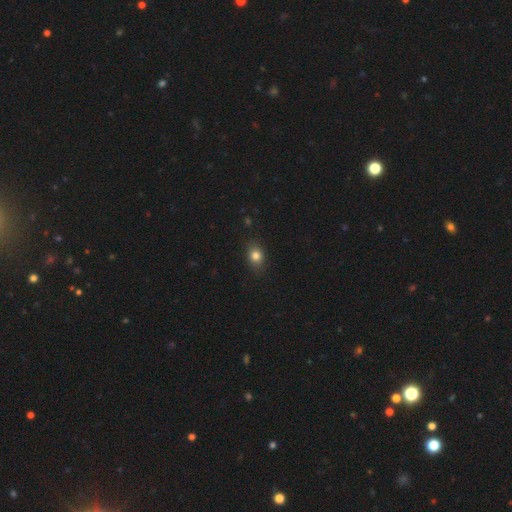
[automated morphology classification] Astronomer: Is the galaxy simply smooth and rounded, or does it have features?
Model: smooth — 81%.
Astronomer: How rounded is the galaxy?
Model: in between — 56% (runner-up: round, 42%).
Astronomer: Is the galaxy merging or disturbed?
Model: none — 84%.